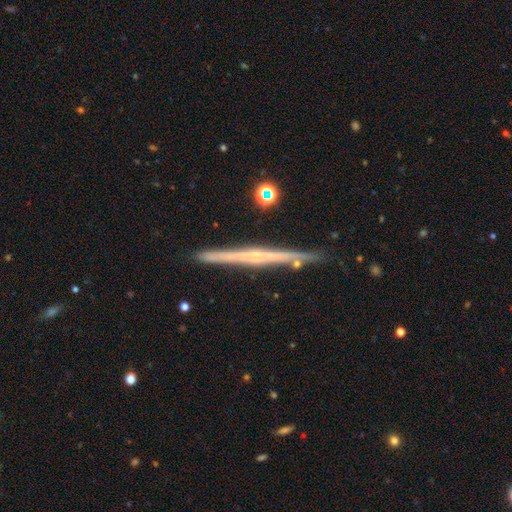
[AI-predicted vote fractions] Overall: featured or disk (73%). Edge-on disk: yes (98%). Edge-on bulge: none (51%; rounded 40%). Merging: none (87%).